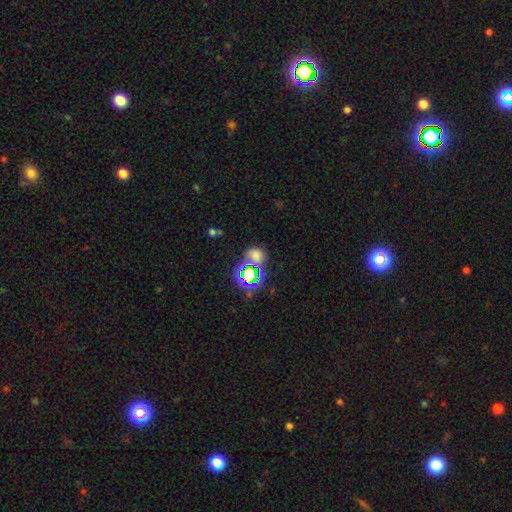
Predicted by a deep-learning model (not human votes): Smooth or featured: smooth — 55% (star or artifact — 37%)
How rounded: round — 70% (in between — 29%)
Merging: none — 60% (merger — 21%)